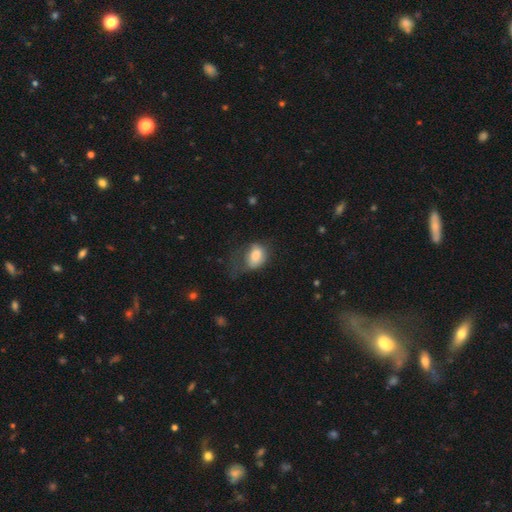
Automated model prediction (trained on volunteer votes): Smooth or featured? Predicted: smooth (p=0.79). How rounded? Predicted: in between (p=0.80). Merging? Predicted: major disturbance (p=0.42).